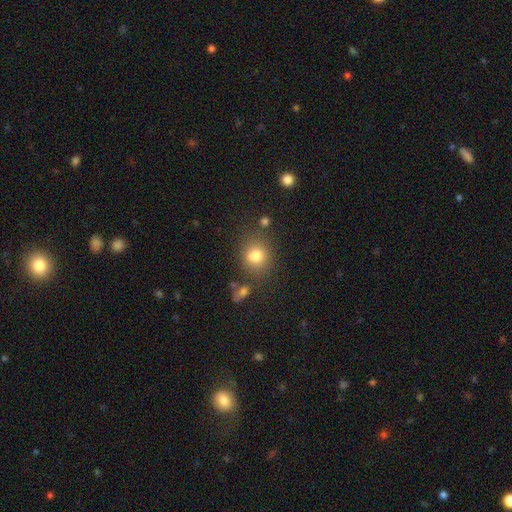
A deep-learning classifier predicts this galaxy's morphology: Smooth or featured: smooth — 81% (star or artifact — 12%)
How rounded: round — 74% (in between — 24%)
Merging: none — 71% (minor disturbance — 14%)